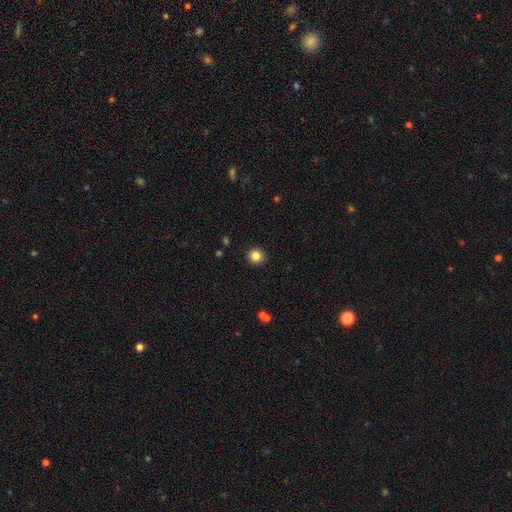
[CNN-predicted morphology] Smooth or featured: smooth — 83% (star or artifact — 11%)
How rounded: round — 95% (in between — 5%)
Merging: none — 93% (minor disturbance — 5%)